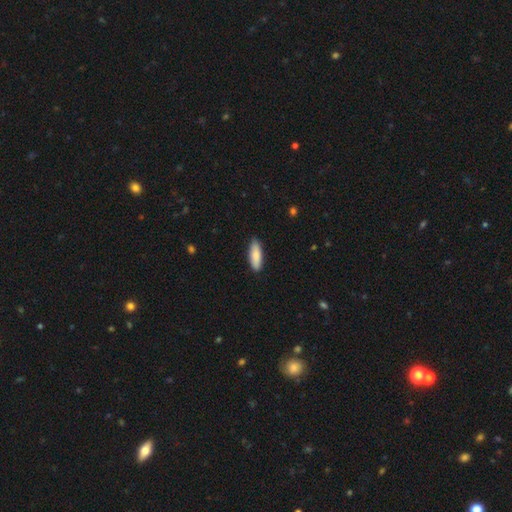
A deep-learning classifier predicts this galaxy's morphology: Smooth or featured?
  - smooth: 85% *
  - featured or disk: 10%
  - star or artifact: 6%
How rounded?
  - in between: 60% *
  - cigar-shaped: 39%
  - round: 2%
Merging?
  - none: 87% *
  - minor disturbance: 10%
  - major disturbance: 2%
  - merger: 1%